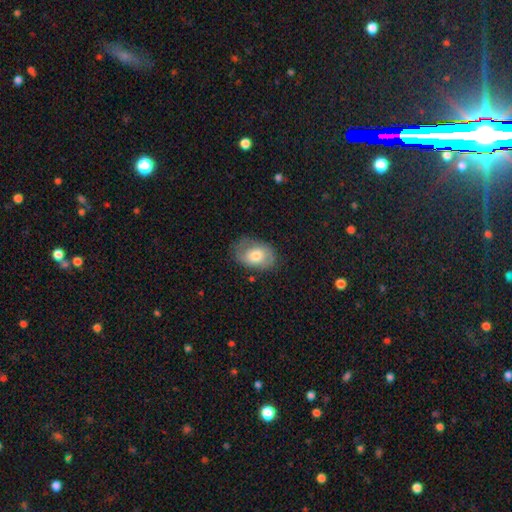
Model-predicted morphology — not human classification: smooth-or-featured: smooth: 59% | featured or disk: 33% | star or artifact: 8%
  how-rounded: in between: 82% | round: 17% | cigar-shaped: 1%
  merging: none: 62% | minor disturbance: 26% | major disturbance: 11% | merger: 2%